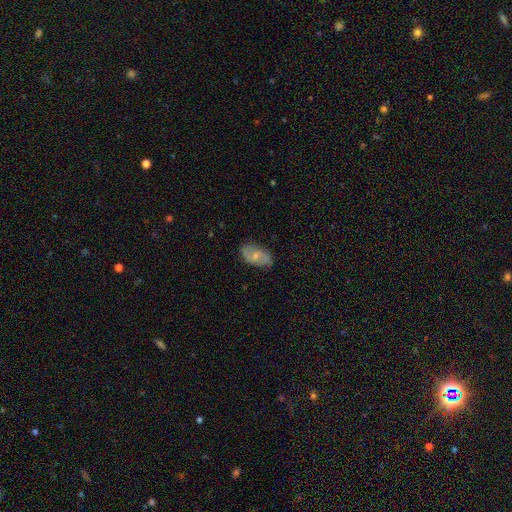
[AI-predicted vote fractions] Smooth or featured: featured or disk — 57% (smooth — 36%)
Edge-on disk: no — 95% (yes — 5%)
Bar: no — 45% (tied with weak — 45%)
Spiral arms: yes — 82% (no — 18%)
Bulge size: small — 52% (moderate — 40%)
Merging: none — 75% (minor disturbance — 19%)